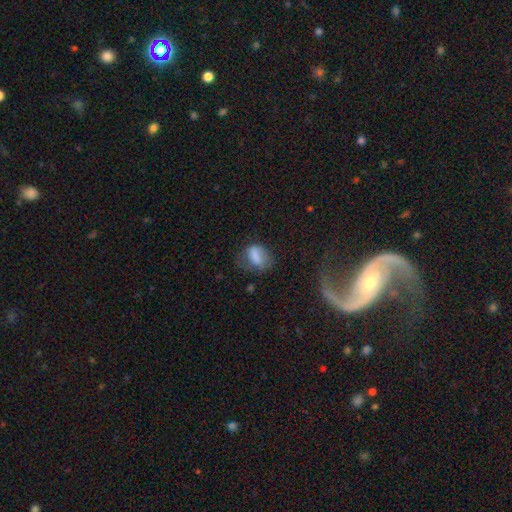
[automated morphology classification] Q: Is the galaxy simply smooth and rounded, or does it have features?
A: smooth — 76%.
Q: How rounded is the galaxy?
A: in between — 77%.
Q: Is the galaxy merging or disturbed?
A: none — 48%.